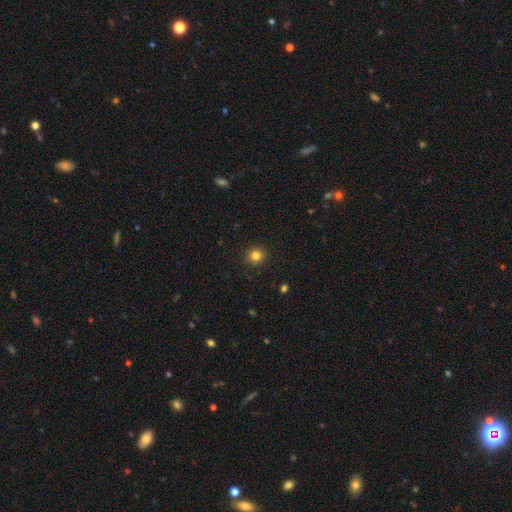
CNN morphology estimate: The model was most divided on "smooth or featured": smooth: 82%, star or artifact: 12%, featured or disk: 5%. More confident: merging — none (92%); how rounded — round (92%).